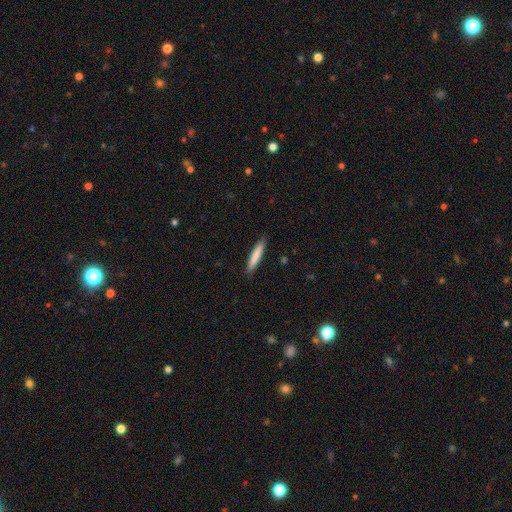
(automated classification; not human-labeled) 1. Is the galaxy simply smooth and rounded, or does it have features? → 80% smooth, 14% featured or disk, 6% star or artifact.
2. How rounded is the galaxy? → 92% cigar-shaped, 7% in between, 1% round.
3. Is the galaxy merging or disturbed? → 89% none, 8% minor disturbance, 2% major disturbance, 1% merger.